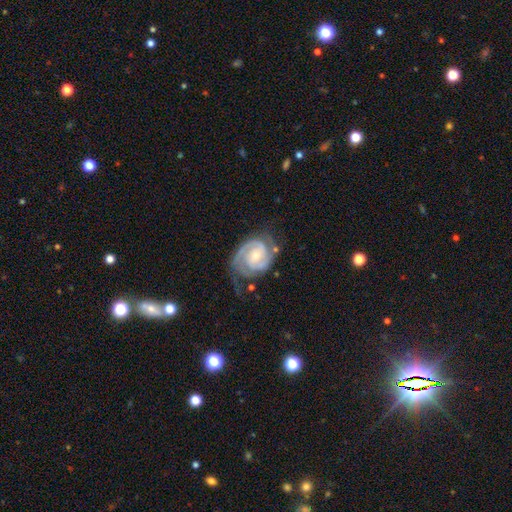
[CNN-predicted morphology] smooth_or_featured: featured or disk (p=0.90) [alt: smooth p=0.06]
disk_edge_on: no (p=0.98) [alt: yes p=0.02]
bar: no (p=0.52) [alt: weak p=0.37]
has_spiral_arms: yes (p=0.98) [alt: no p=0.02]
spiral_winding: tight (p=0.62) [alt: medium p=0.32]
spiral_arm_count: 2 (p=0.78) [alt: 3 p=0.09]
bulge_size: small (p=0.56) [alt: moderate p=0.39]
merging: none (p=0.61) [alt: minor disturbance p=0.23]